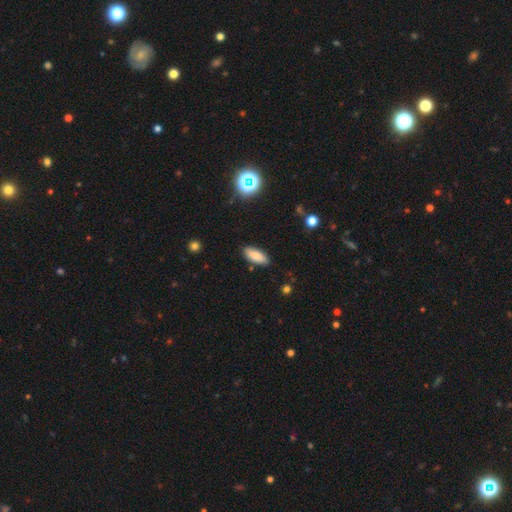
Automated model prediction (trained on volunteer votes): This appears to be a smooth galaxy with no disk features (80%) that is in between round and cigar-shaped (82%). Merging: none (86%).